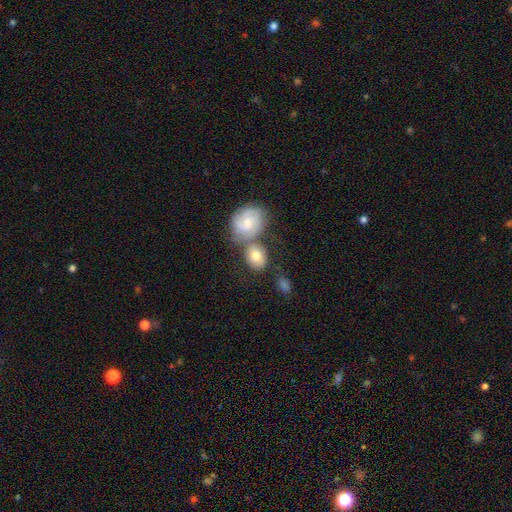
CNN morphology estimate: This appears to be a smooth galaxy with no disk features (71%) that is round (57%). Merging: none (46%).